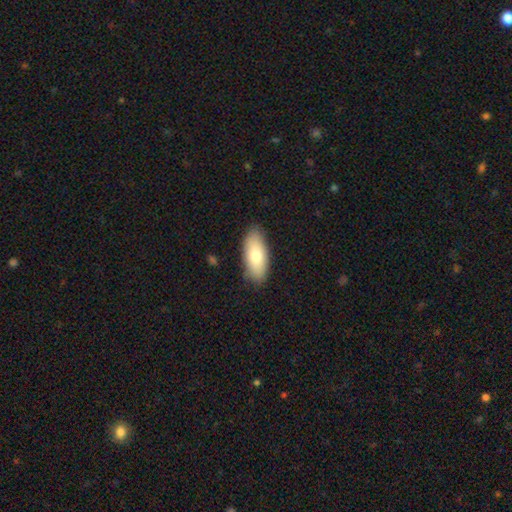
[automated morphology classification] Smooth or featured?
  - smooth: 78% *
  - featured or disk: 16%
  - star or artifact: 6%
How rounded?
  - in between: 84% *
  - cigar-shaped: 14%
  - round: 2%
Merging?
  - none: 85% *
  - minor disturbance: 12%
  - major disturbance: 2%
  - merger: 1%